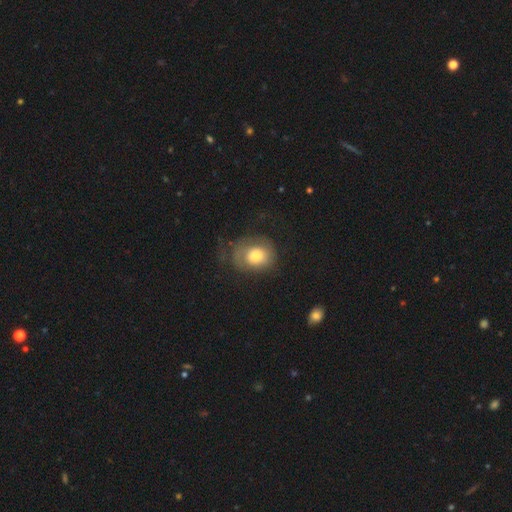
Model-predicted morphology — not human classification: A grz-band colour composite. It shows a smooth galaxy with no disk features (67%) that is round (57%). Merging: none (48%).